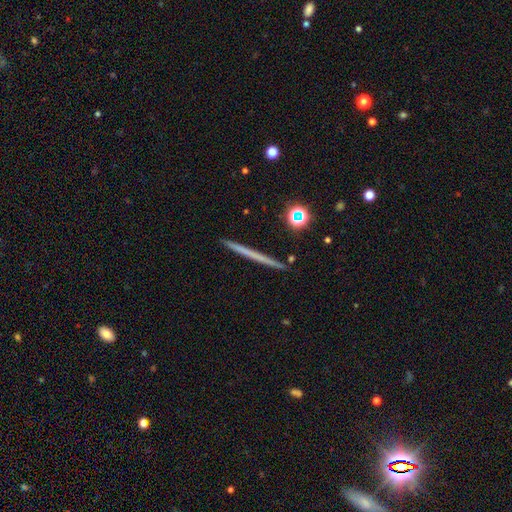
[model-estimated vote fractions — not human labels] featured or disk 48%, smooth 44%, star or artifact 7%. Down the decision tree: merging — none (92%).